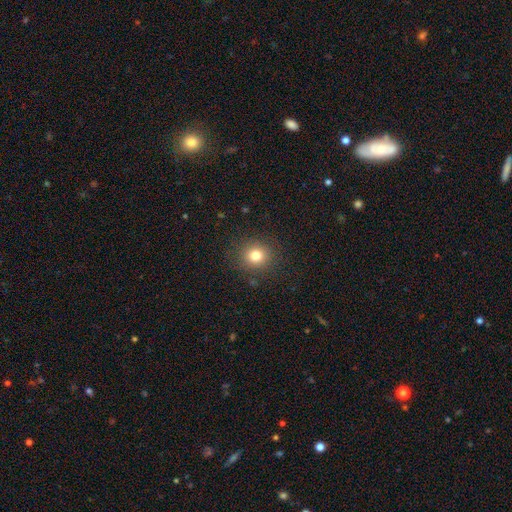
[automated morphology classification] smooth_or_featured: smooth (p=0.79) [alt: star or artifact p=0.13]
how_rounded: round (p=0.87) [alt: in between p=0.12]
merging: none (p=0.89) [alt: minor disturbance p=0.07]